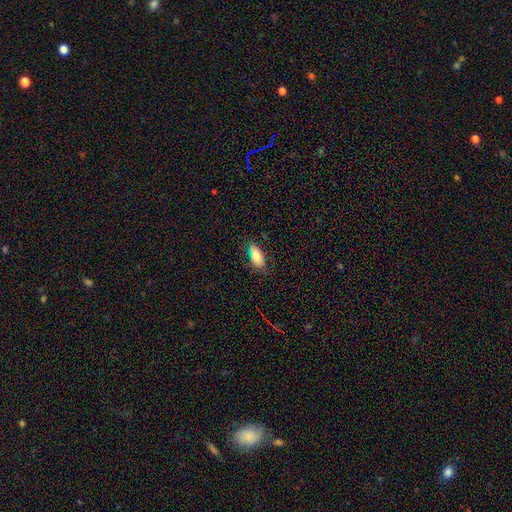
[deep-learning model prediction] Overall: smooth (80%). How rounded: in between (84%). Merging: none (77%).